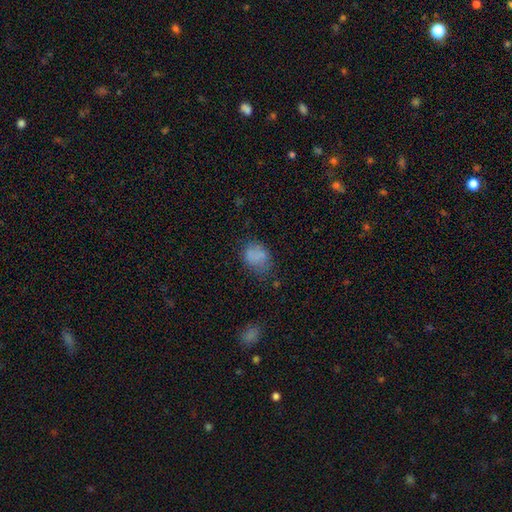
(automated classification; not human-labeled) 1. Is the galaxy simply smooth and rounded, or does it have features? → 74% smooth, 13% star or artifact, 13% featured or disk.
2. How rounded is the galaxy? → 63% in between, 36% round, 1% cigar-shaped.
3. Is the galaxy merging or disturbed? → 53% none, 28% minor disturbance, 14% major disturbance, 5% merger.